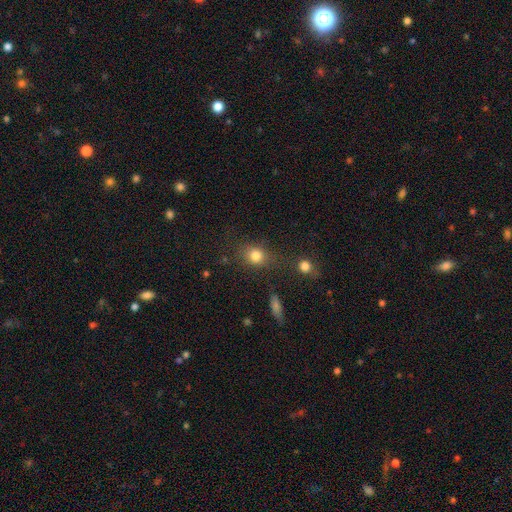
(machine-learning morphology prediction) smooth_or_featured: smooth (p=0.81) [alt: star or artifact p=0.12]
how_rounded: round (p=0.61) [alt: in between p=0.37]
merging: none (p=0.68) [alt: minor disturbance p=0.14]